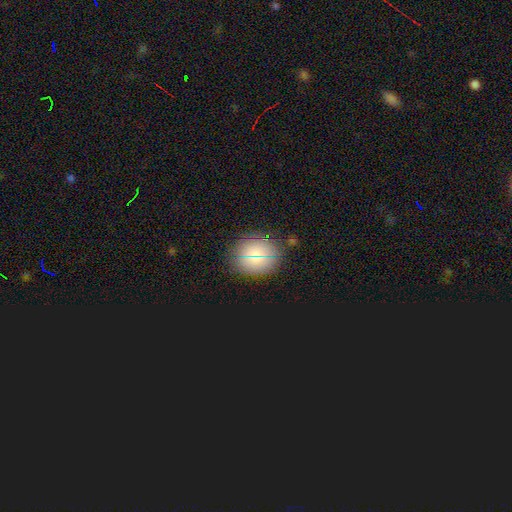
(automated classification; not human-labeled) Overall: smooth (69%). How rounded: round (71%). Merging: none (87%).